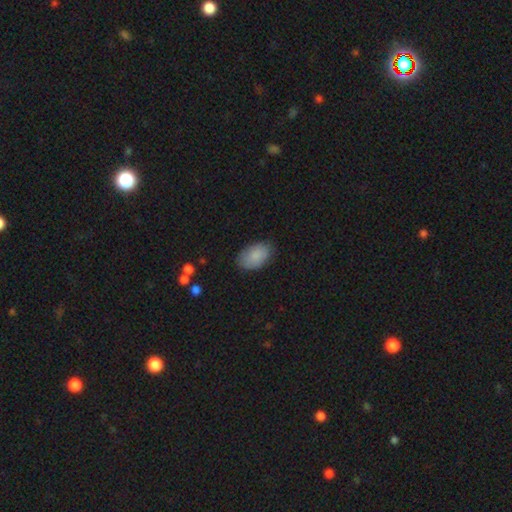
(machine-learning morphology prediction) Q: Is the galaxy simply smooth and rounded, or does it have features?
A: smooth — 86%.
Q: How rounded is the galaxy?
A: in between — 91%.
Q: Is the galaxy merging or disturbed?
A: none — 80%.